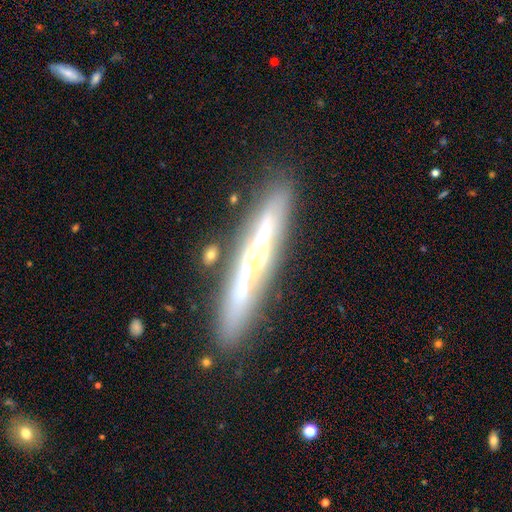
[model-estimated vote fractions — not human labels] Morphology: type=featured or disk (74%); edge-on=yes (89%); edge-on bulge=rounded (51%); merging=none (81%).